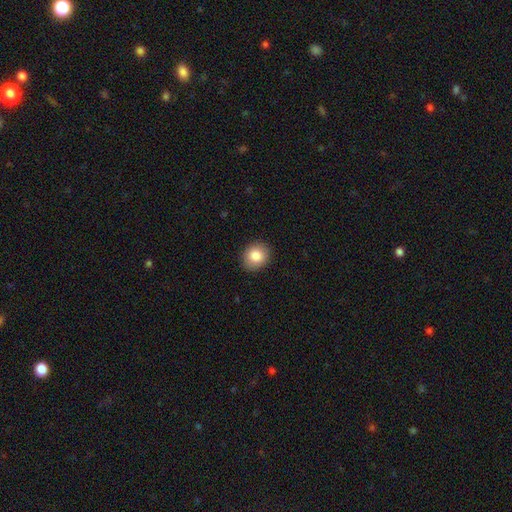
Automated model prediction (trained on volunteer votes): The model was most divided on "how rounded": round: 72%, in between: 27%, cigar-shaped: 1%. More confident: merging — none (89%); smooth or featured — smooth (85%).